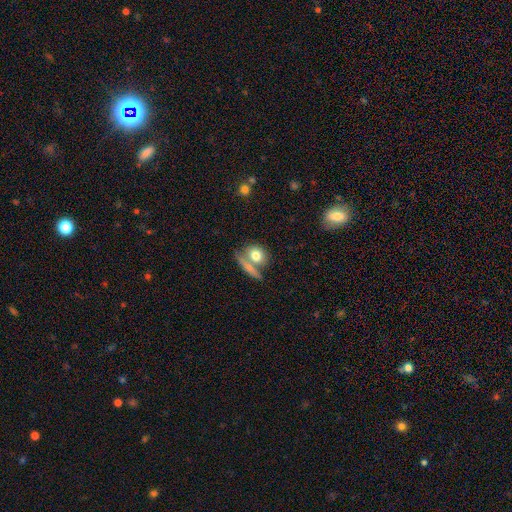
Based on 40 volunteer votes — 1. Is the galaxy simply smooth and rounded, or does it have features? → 85% smooth, 10% featured or disk, 5% star or artifact.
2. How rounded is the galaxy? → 50% in between, 47% round, 3% cigar-shaped.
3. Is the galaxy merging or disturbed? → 47% none, 34% merger, 11% minor disturbance, 8% major disturbance.